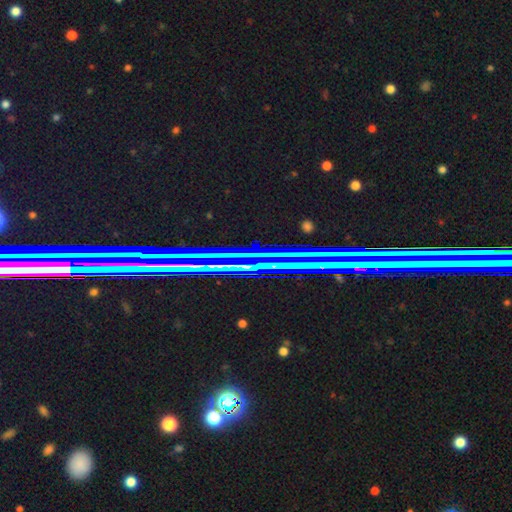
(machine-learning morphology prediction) smooth-or-featured: star or artifact: 74% | featured or disk: 16% | smooth: 10%